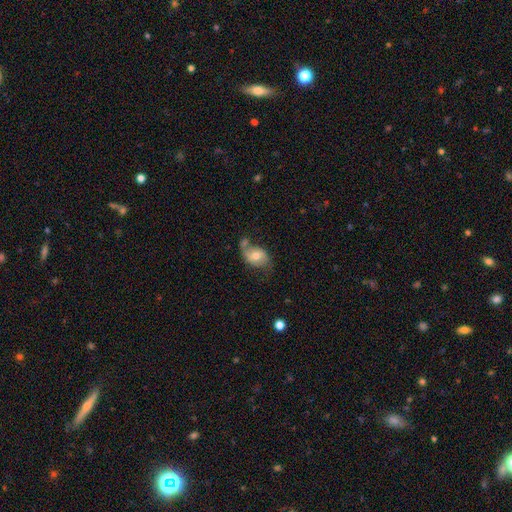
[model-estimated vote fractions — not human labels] The model was most divided on "smooth or featured" (2-way tie): smooth: 46%, featured or disk: 46%, star or artifact: 8%. Remaining: merging — none (45%).